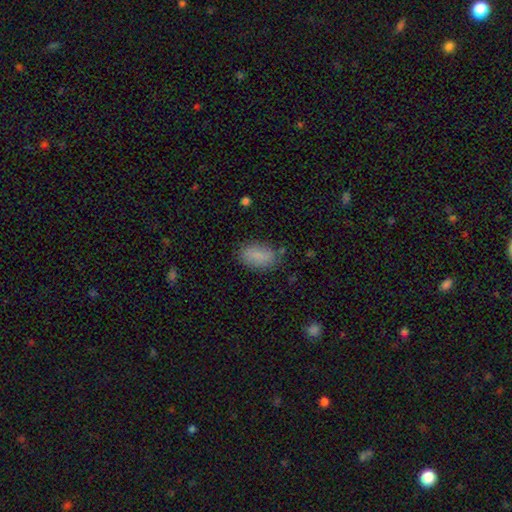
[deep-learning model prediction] Smooth or featured?
  - smooth: 85% *
  - star or artifact: 8%
  - featured or disk: 7%
How rounded?
  - in between: 91% *
  - round: 7%
  - cigar-shaped: 2%
Merging?
  - none: 78% *
  - minor disturbance: 15%
  - major disturbance: 4%
  - merger: 2%